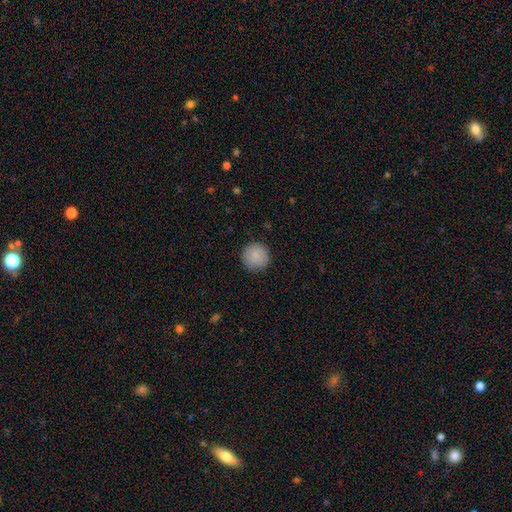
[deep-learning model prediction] Smooth or featured? smooth (88%)
How rounded? round (95%)
Merging? none (89%)